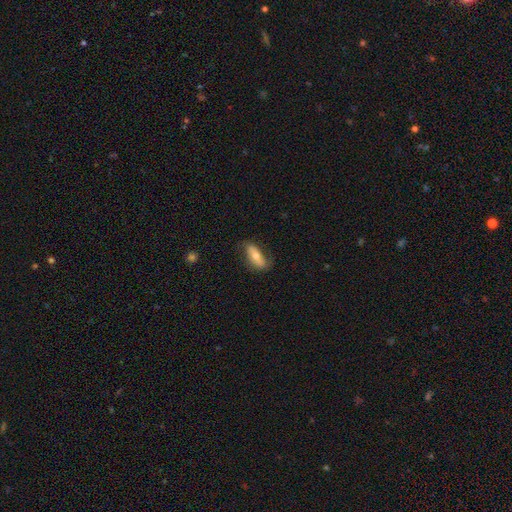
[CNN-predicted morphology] Q: Smooth or featured?
A: featured or disk (47%); runner-up: smooth (46%)
Q: Merging?
A: none (68%); runner-up: minor disturbance (23%)